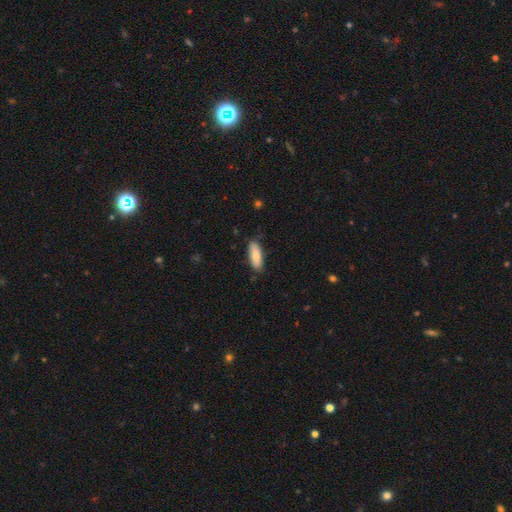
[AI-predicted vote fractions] This appears to be a smooth galaxy with no disk features (81%) that is in between round and cigar-shaped (66%). Merging: none (83%).